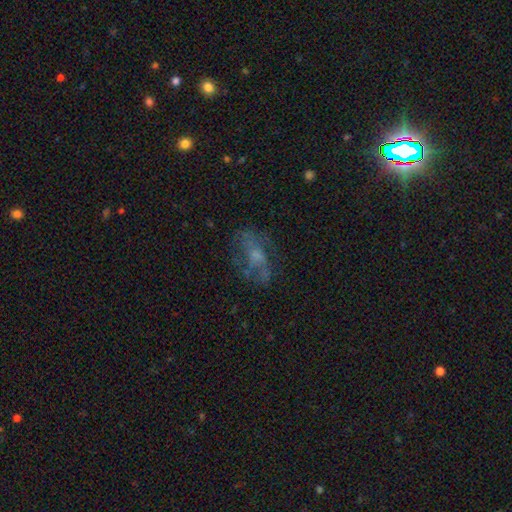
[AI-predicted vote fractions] smooth-or-featured: featured or disk: 57% | smooth: 27% | star or artifact: 17%
  disk-edge-on: no: 93% | yes: 7%
    bar: no: 68% | weak: 25% | strong: 7%
    has-spiral-arms: yes: 52% | no: 48%
    bulge-size: small: 42% | moderate: 36% | none: 16% | large: 5% | dominant: 2%
  merging: none: 60% | major disturbance: 19% | minor disturbance: 19% | merger: 3%